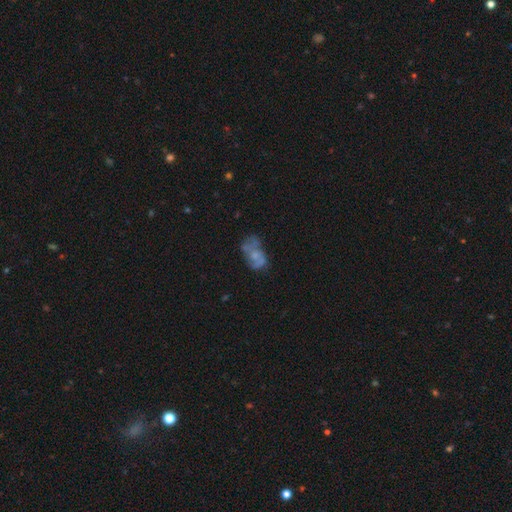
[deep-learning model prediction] Smooth or featured: featured or disk — 51% (smooth — 37%)
Edge-on disk: no — 97% (yes — 3%)
Merging: none — 37% (major disturbance — 26%)